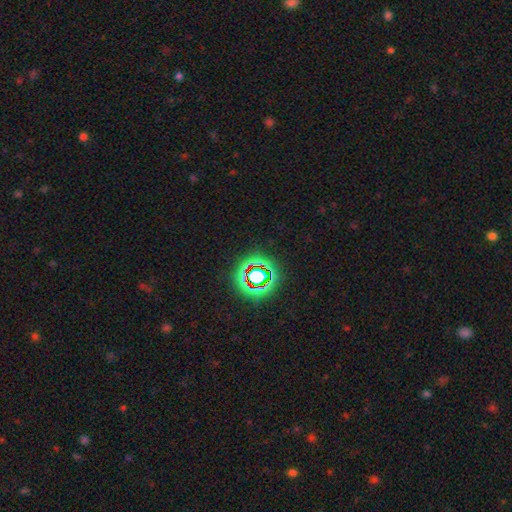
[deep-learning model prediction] star or artifact 76%, smooth 15%, featured or disk 9%.